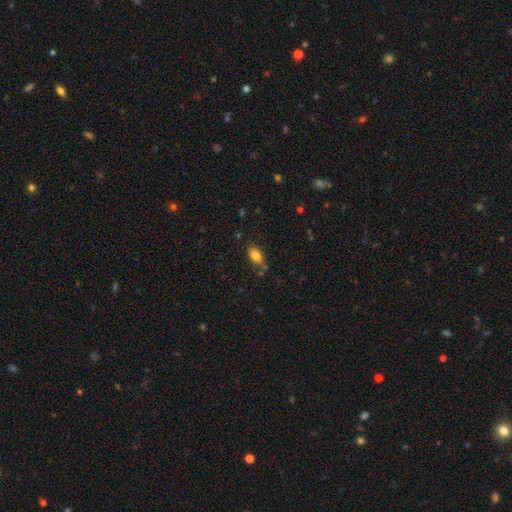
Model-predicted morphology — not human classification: Smooth or featured? Predicted: smooth (p=0.82). How rounded? Predicted: in between (p=0.81). Merging? Predicted: none (p=0.74).